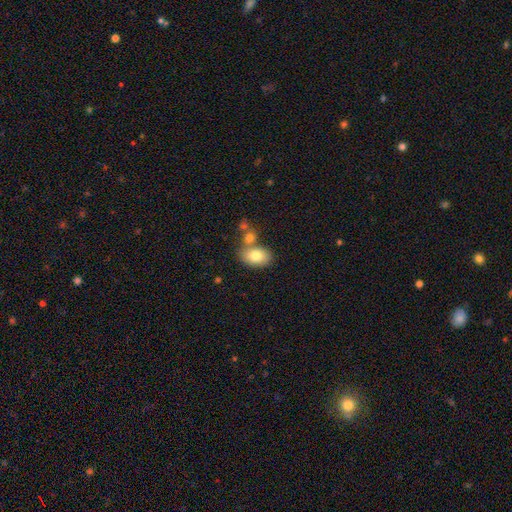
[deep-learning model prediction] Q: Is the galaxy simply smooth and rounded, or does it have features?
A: smooth — 79%.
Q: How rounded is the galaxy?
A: in between — 84%.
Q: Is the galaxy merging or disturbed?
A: none — 55%.